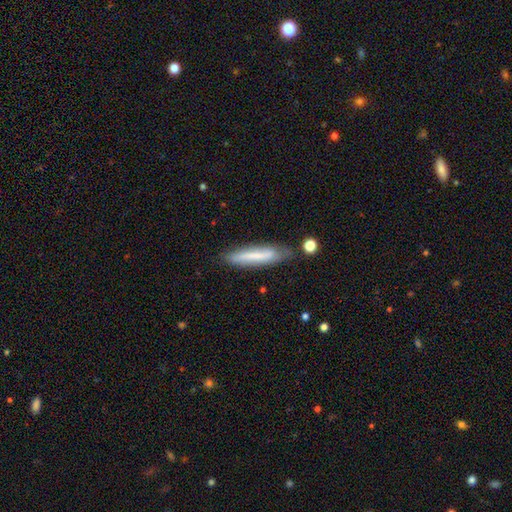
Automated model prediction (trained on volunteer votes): Smooth or featured: smooth — 59% (featured or disk — 34%)
How rounded: cigar-shaped — 88% (in between — 11%)
Merging: none — 70% (minor disturbance — 20%)